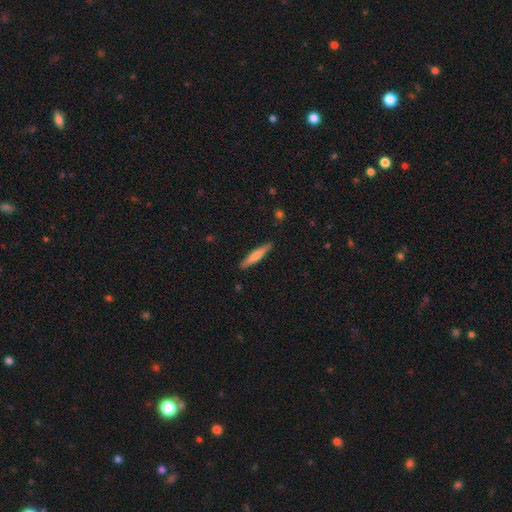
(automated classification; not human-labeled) A smooth galaxy with no disk features (66%) that is cigar-shaped (92%). Merging: none (89%).